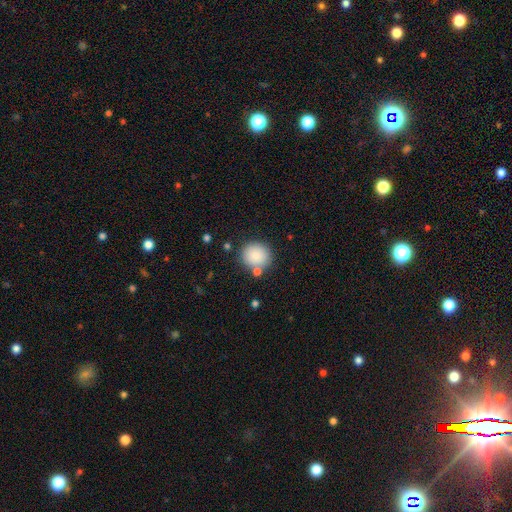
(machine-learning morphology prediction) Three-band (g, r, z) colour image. It shows a smooth galaxy with no disk features (86%) that is round (89%). Merging: none (77%).